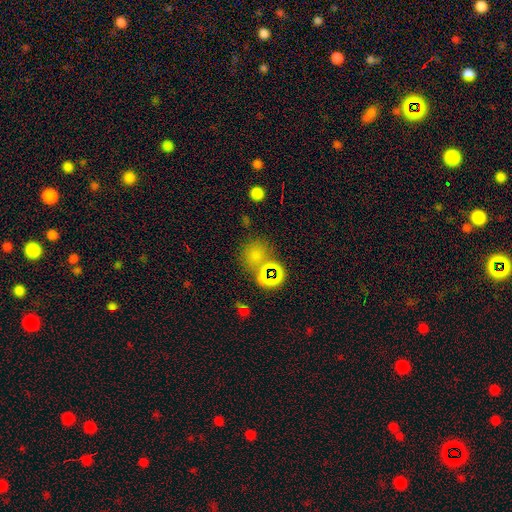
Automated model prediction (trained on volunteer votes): Overall: smooth (49%; star or artifact 41%). Merging: none (66%).